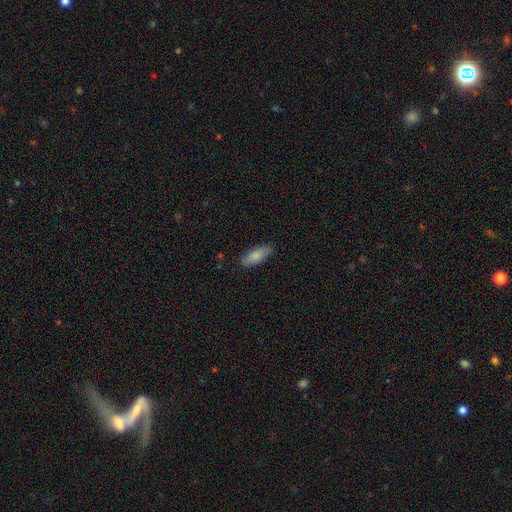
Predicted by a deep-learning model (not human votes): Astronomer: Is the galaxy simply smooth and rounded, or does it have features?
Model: smooth — 84%.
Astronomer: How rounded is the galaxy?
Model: in between — 68%.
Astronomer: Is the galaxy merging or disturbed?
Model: none — 82%.